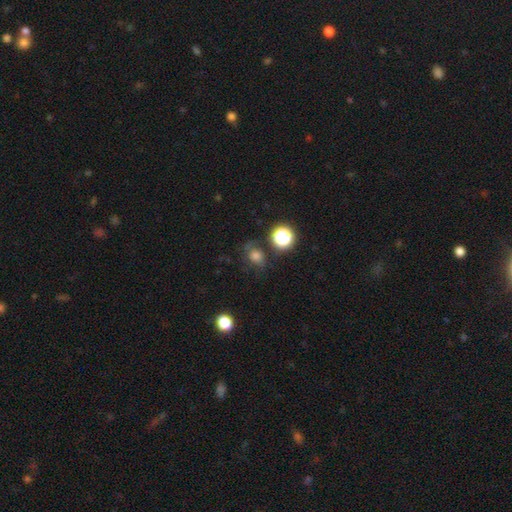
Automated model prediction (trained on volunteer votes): smooth 65%, star or artifact 23%, featured or disk 12%. Down the decision tree: how rounded — round (62%); merging — none (63%).